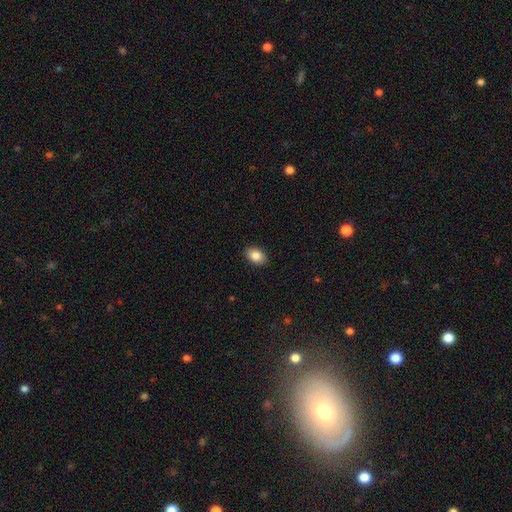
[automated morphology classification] Smooth or featured?
  - smooth: 86% *
  - star or artifact: 8%
  - featured or disk: 6%
How rounded?
  - in between: 83% *
  - round: 16%
  - cigar-shaped: 1%
Merging?
  - none: 90% *
  - minor disturbance: 7%
  - major disturbance: 2%
  - merger: 1%